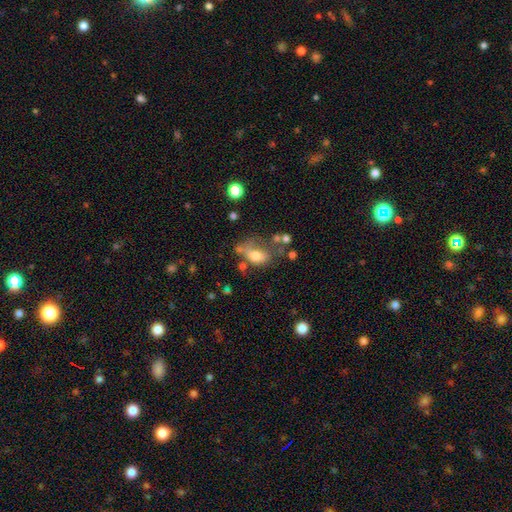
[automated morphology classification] smooth-or-featured: smooth: 65% | featured or disk: 24% | star or artifact: 11%
  how-rounded: in between: 78% | round: 19% | cigar-shaped: 2%
  merging: none: 31% | major disturbance: 27% | minor disturbance: 24% | merger: 18%